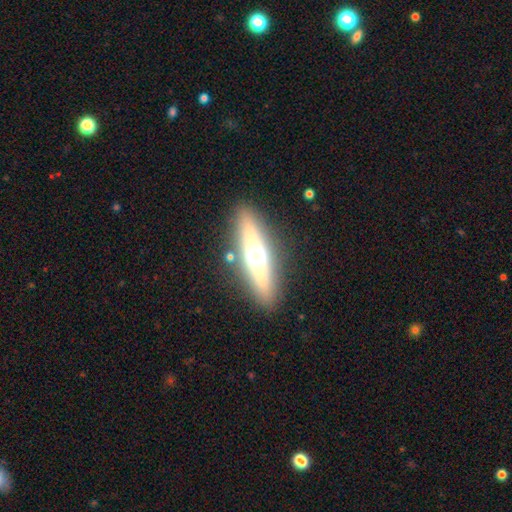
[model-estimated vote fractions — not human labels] smooth-or-featured: featured or disk: 60% | smooth: 32% | star or artifact: 8%
  disk-edge-on: yes: 90% | no: 10%
    edge-on-bulge: rounded: 94% | boxy: 4% | none: 3%
  merging: none: 87% | minor disturbance: 8% | major disturbance: 3% | merger: 2%